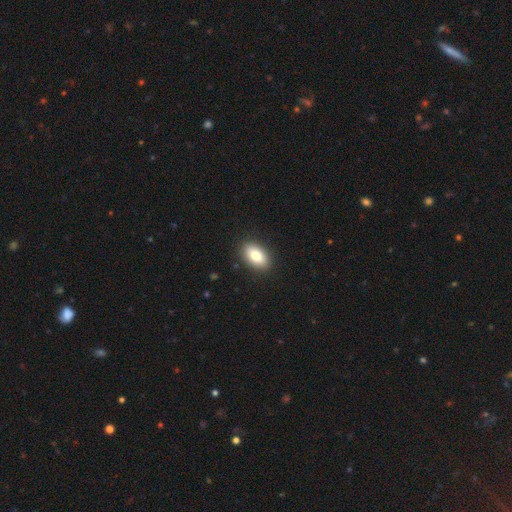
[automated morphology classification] smooth-or-featured: smooth: 81% | featured or disk: 12% | star or artifact: 7%
  how-rounded: in between: 91% | round: 7% | cigar-shaped: 3%
  merging: none: 89% | minor disturbance: 8% | major disturbance: 2% | merger: 1%